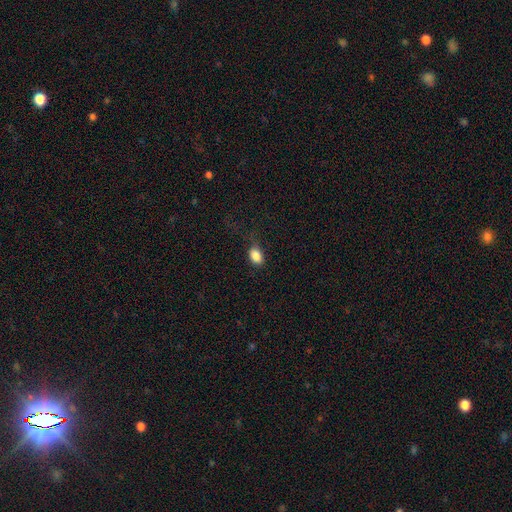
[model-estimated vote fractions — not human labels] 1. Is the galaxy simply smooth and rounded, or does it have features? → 86% smooth, 9% star or artifact, 5% featured or disk.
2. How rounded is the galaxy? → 83% in between, 15% round, 2% cigar-shaped.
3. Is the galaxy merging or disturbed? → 63% none, 23% minor disturbance, 13% major disturbance, 2% merger.